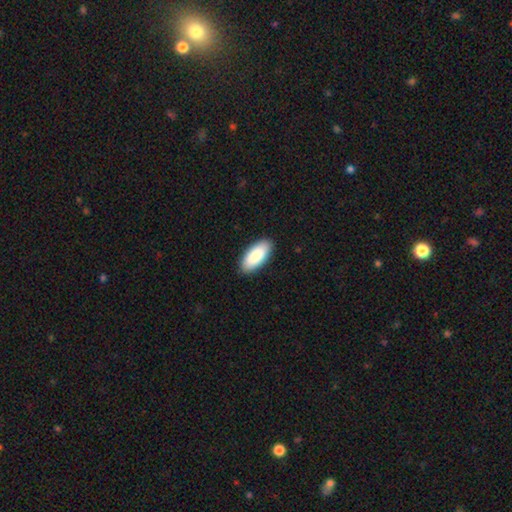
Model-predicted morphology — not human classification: Smooth or featured? Predicted: smooth (p=0.89). How rounded? Predicted: in between (p=0.91). Merging? Predicted: none (p=0.88).